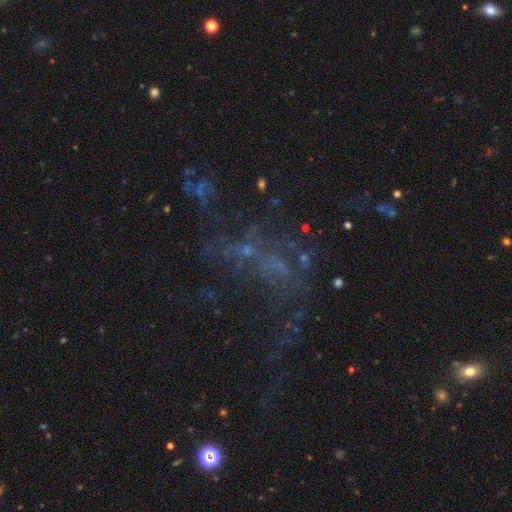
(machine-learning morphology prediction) The model was most divided on "smooth or featured": star or artifact: 44%, featured or disk: 39%, smooth: 17%.